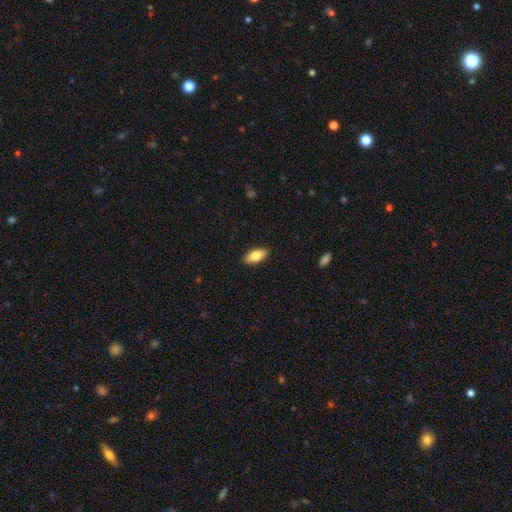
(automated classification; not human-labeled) A smooth galaxy with no disk features (79%) that is in between round and cigar-shaped (86%). Merging: none (90%).